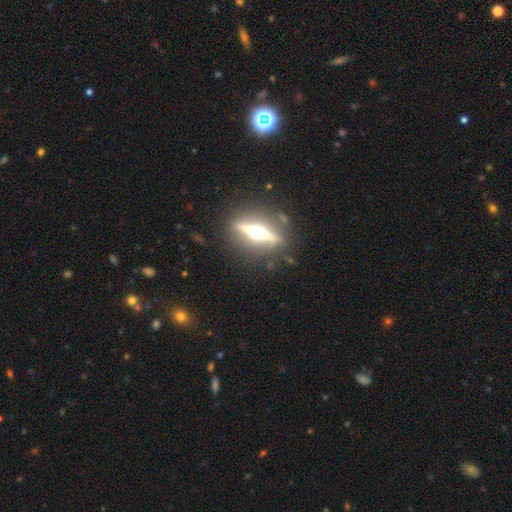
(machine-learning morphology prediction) A featured or disk galaxy (74%) viewed edge-on (90%) with a rounded central bulge (92%).

Vote fractions:
- Smooth or featured? featured or disk: 74% / smooth: 17% / star or artifact: 9%
- Edge-on disk? yes: 90% / no: 10%
- Edge-on bulge? rounded: 92% / boxy: 5% / none: 3%
- Merging? none: 85% / minor disturbance: 9% / major disturbance: 4% / merger: 2%